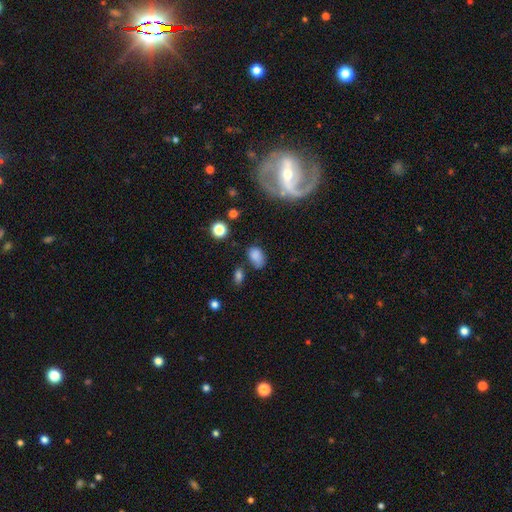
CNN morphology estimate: The model was most divided on "merging": none: 55%, minor disturbance: 27%, major disturbance: 10%, merger: 8%. More confident: how rounded — in between (84%); smooth or featured — smooth (78%).